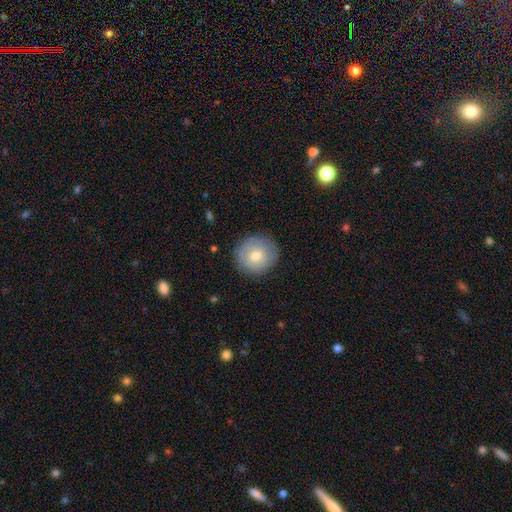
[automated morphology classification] Smooth or featured?
  - smooth: 67% *
  - featured or disk: 25%
  - star or artifact: 8%
How rounded?
  - round: 90% *
  - in between: 9%
  - cigar-shaped: 1%
Merging?
  - none: 86% *
  - minor disturbance: 10%
  - major disturbance: 3%
  - merger: 1%